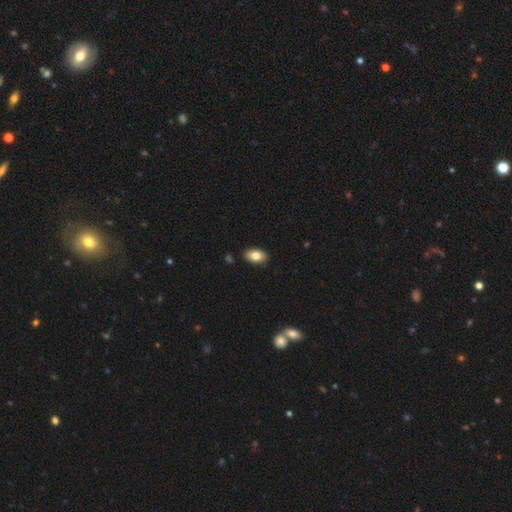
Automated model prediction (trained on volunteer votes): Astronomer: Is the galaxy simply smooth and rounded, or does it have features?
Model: smooth — 81%.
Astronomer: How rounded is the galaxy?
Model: in between — 92%.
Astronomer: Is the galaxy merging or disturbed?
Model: none — 88%.